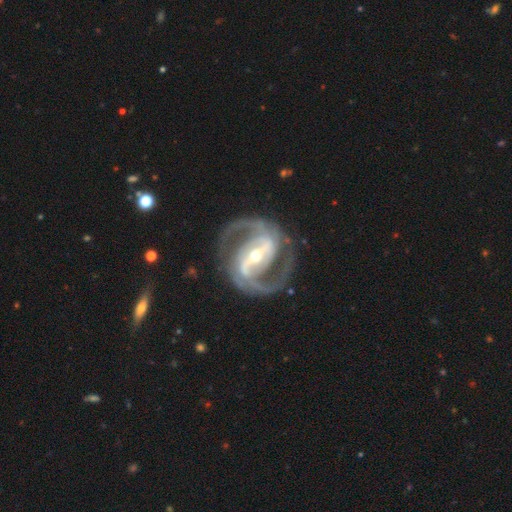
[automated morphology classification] The model was most divided on "bulge size": small: 53%, moderate: 43%, large: 3%, dominant: 1%, none: 1%. More confident: spiral arms — yes (97%); edge-on disk — no (97%); smooth or featured — featured or disk (93%); spiral arm count — 2 (91%); merging — none (80%); bar — strong (71%); spiral winding — medium (58%).